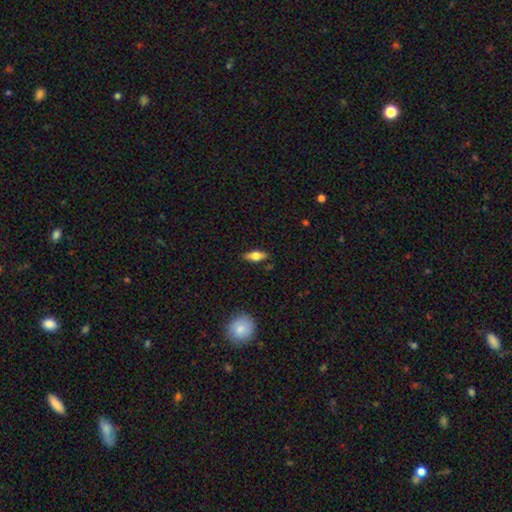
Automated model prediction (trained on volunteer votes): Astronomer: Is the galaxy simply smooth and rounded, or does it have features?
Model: smooth — 60%.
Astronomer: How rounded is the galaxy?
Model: in between — 69%.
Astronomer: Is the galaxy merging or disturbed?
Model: none — 85%.